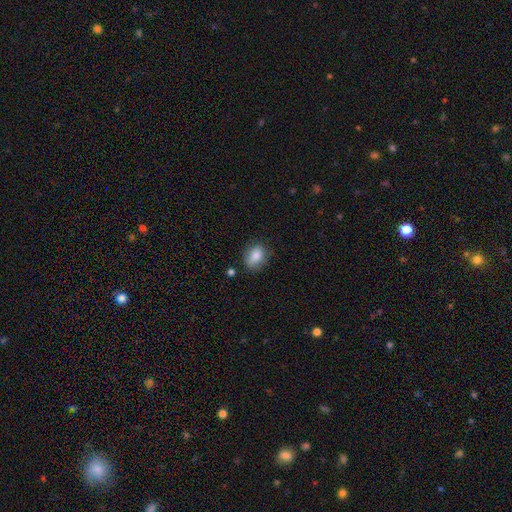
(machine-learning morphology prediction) smooth-or-featured: smooth: 83% | featured or disk: 9% | star or artifact: 9%
  how-rounded: in between: 68% | round: 29% | cigar-shaped: 2%
  merging: none: 71% | minor disturbance: 21% | major disturbance: 5% | merger: 3%